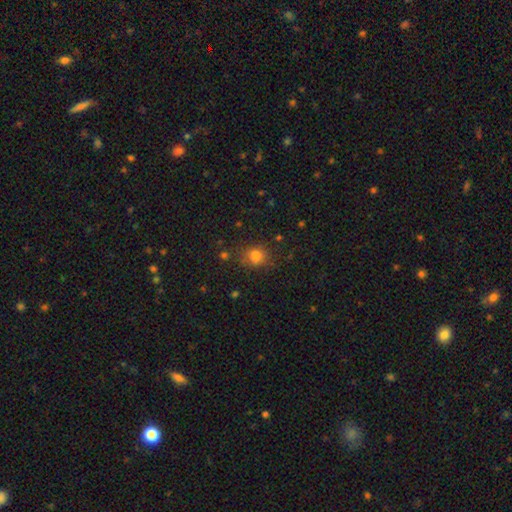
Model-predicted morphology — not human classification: Overall: smooth (76%). How rounded: round (63%; in between 36%). Merging: none (65%).